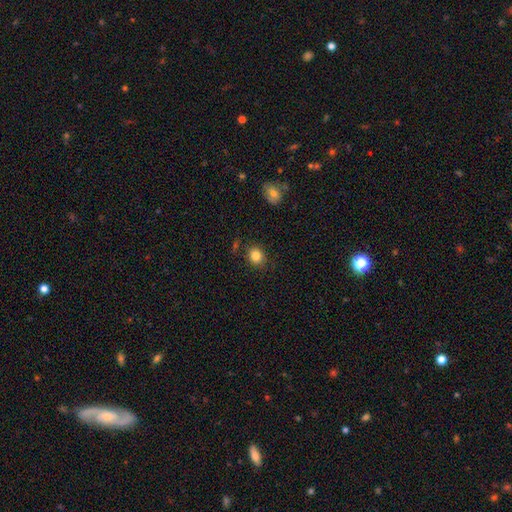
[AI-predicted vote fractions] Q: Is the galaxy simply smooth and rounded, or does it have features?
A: smooth — 84%.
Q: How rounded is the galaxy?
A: round — 73%.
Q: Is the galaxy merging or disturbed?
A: none — 84%.